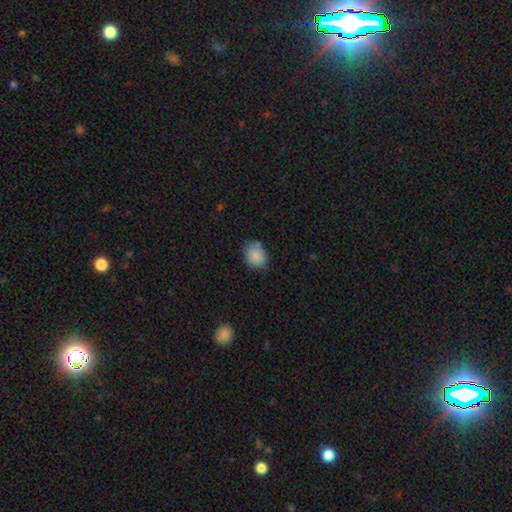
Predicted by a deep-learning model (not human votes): Morphology: type=smooth (86%); roundness=round (51%); merging=none (69%).